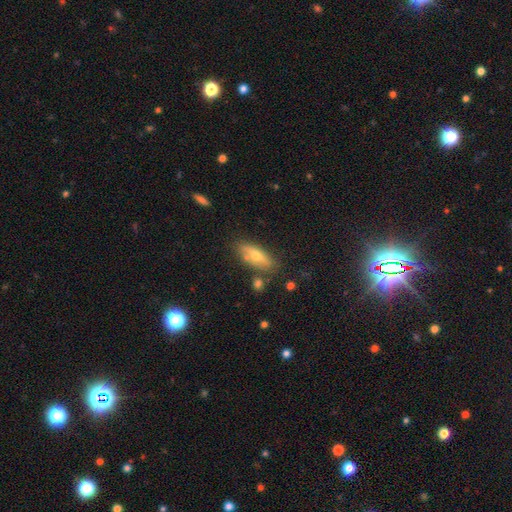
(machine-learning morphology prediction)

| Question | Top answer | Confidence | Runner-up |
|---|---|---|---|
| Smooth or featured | smooth | 47% | featured or disk (40%) |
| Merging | none | 79% | minor disturbance (13%) |